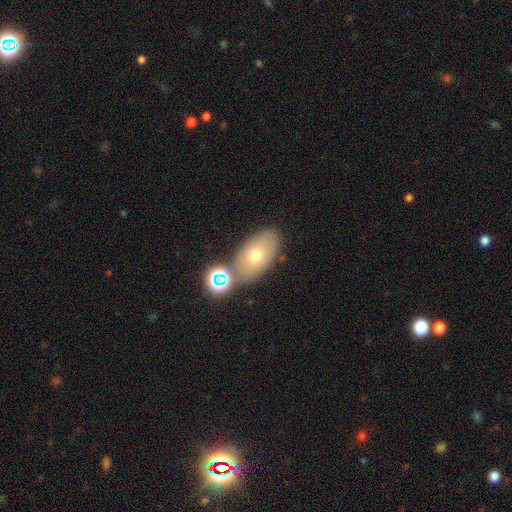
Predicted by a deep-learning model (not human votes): Overall: smooth (66%). How rounded: in between (90%). Merging: none (69%).